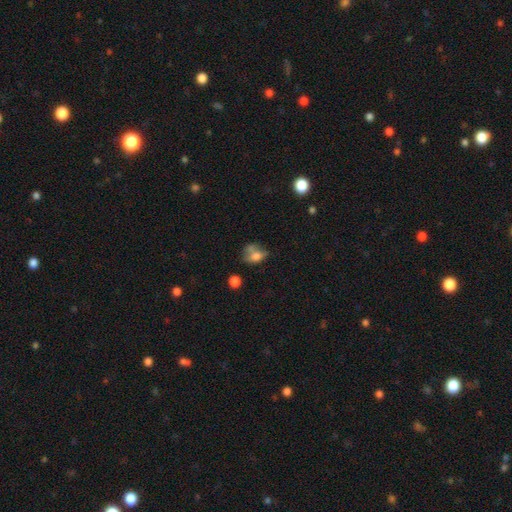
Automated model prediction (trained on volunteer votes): The model was most divided on "merging": none: 31%, minor disturbance: 26%, major disturbance: 24%, merger: 20%. More confident: smooth or featured — smooth (66%); how rounded — in between (66%).